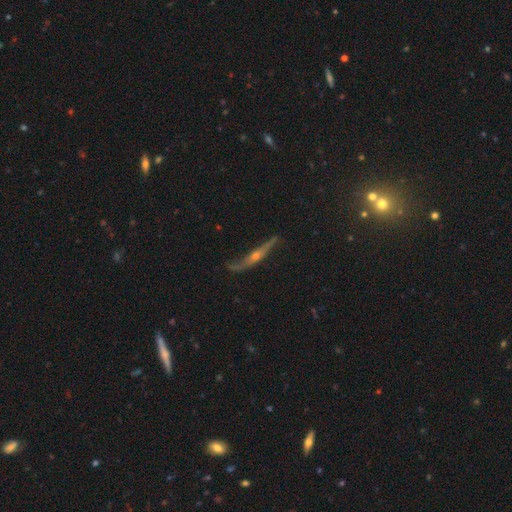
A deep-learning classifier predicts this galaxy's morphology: featured or disk 78%, smooth 13%, star or artifact 9%. Down the decision tree: edge-on disk — yes (82%); edge-on bulge — rounded (89%); merging — none (65%).